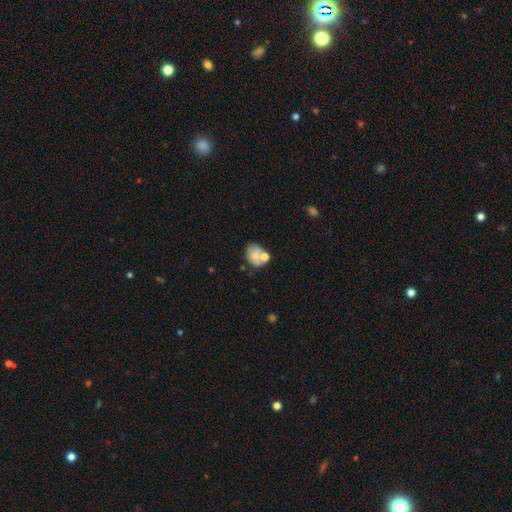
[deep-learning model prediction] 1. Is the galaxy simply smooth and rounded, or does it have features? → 64% smooth, 27% featured or disk, 9% star or artifact.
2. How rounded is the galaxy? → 50% in between, 49% round, 1% cigar-shaped.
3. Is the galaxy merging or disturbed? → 45% none, 30% merger, 18% minor disturbance, 7% major disturbance.